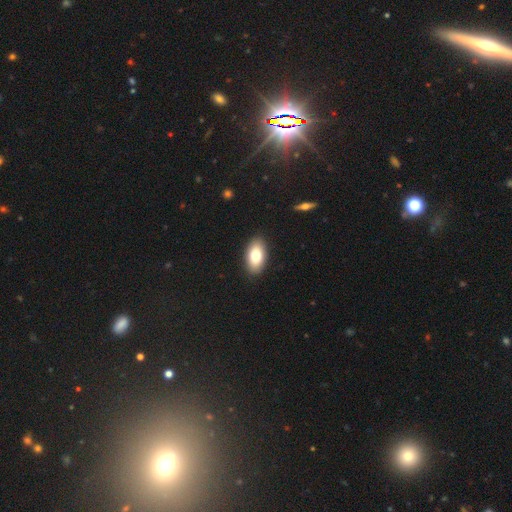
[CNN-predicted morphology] Smooth or featured? smooth (79%)
How rounded? in between (93%)
Merging? none (89%)